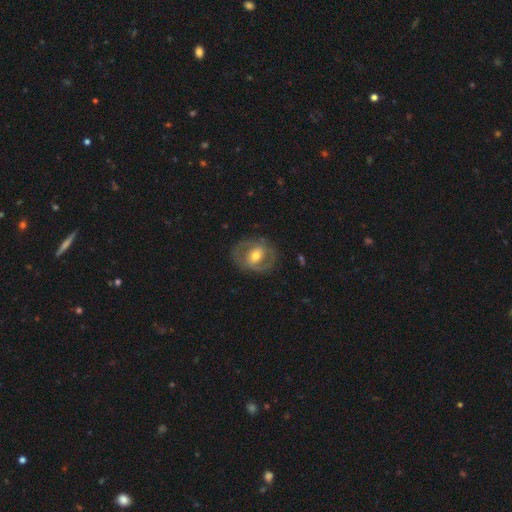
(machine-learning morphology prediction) smooth-or-featured: featured or disk: 63% | smooth: 31% | star or artifact: 6%
  disk-edge-on: no: 95% | yes: 5%
    bar: no: 39% | weak: 37% | strong: 24%
    has-spiral-arms: no: 51% | yes: 49%
    bulge-size: moderate: 68% | small: 21% | large: 9% | none: 1% | dominant: 1%
  merging: none: 73% | minor disturbance: 16% | major disturbance: 10% | merger: 1%